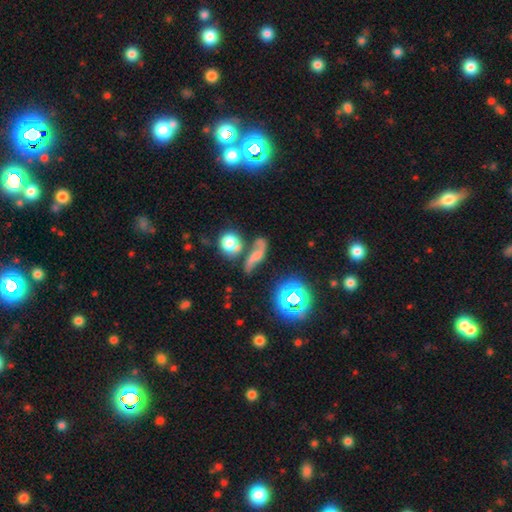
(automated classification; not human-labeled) A featured or disk galaxy (51%). Merging: none (49%).